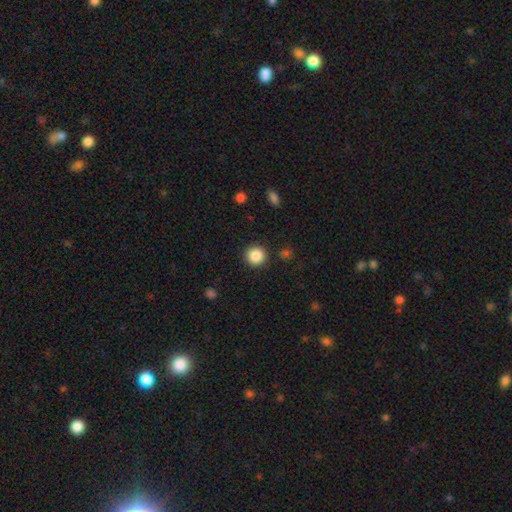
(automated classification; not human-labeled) This appears to be a smooth galaxy with no disk features (87%) that is round (94%). Merging: none (91%).